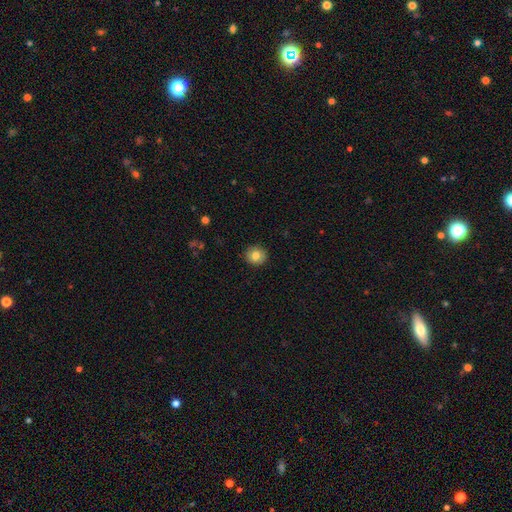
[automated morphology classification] Smooth or featured?
  - smooth: 82% *
  - featured or disk: 9%
  - star or artifact: 9%
How rounded?
  - round: 92% *
  - in between: 7%
  - cigar-shaped: 1%
Merging?
  - none: 92% *
  - minor disturbance: 6%
  - major disturbance: 2%
  - merger: 1%